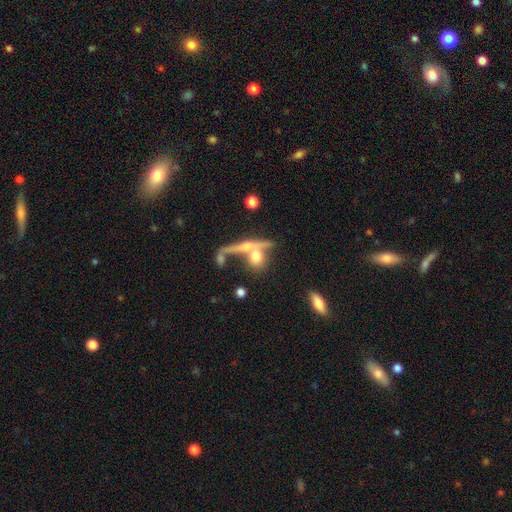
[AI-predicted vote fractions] This appears to be a smooth galaxy with no disk features (51%) that is round (49%). Merging: none (42%).